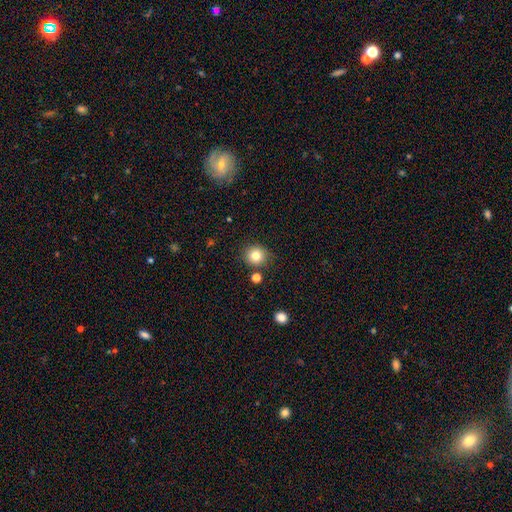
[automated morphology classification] Smooth or featured?
  - smooth: 81% *
  - star or artifact: 12%
  - featured or disk: 7%
How rounded?
  - round: 90% *
  - in between: 9%
  - cigar-shaped: 1%
Merging?
  - none: 83% *
  - minor disturbance: 9%
  - merger: 5%
  - major disturbance: 3%